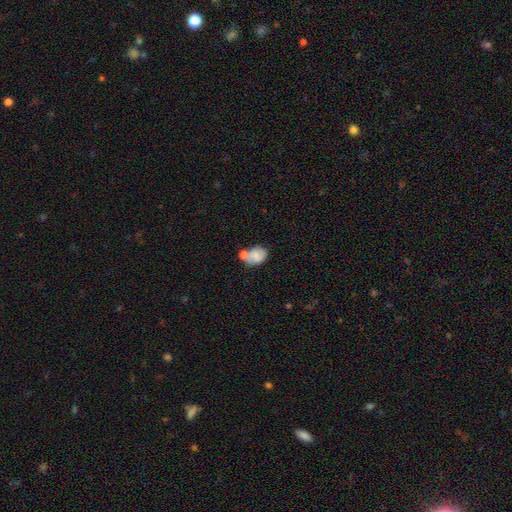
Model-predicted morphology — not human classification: smooth_or_featured: smooth (p=0.73) [alt: featured or disk p=0.18]
how_rounded: in between (p=0.68) [alt: round p=0.31]
merging: none (p=0.40) [alt: merger p=0.35]